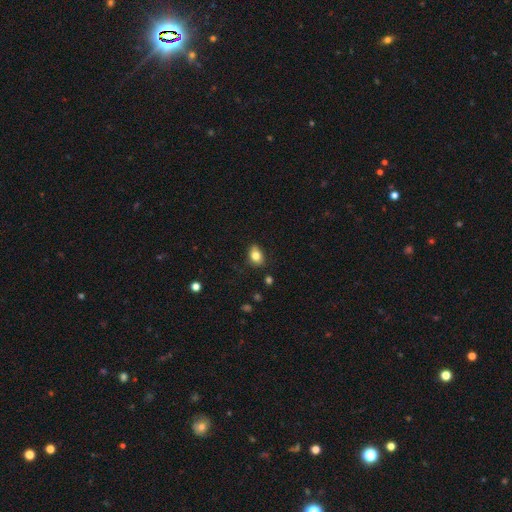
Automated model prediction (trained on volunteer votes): Overall: smooth (81%). How rounded: in between (75%). Merging: none (78%).